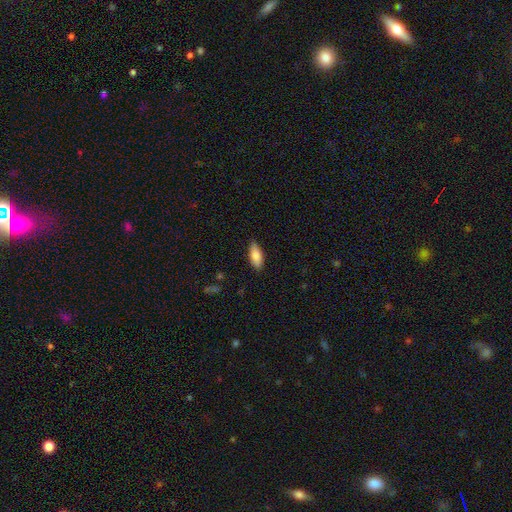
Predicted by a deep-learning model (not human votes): smooth 82%, featured or disk 12%, star or artifact 6%. Down the decision tree: how rounded — in between (79%); merging — none (82%).